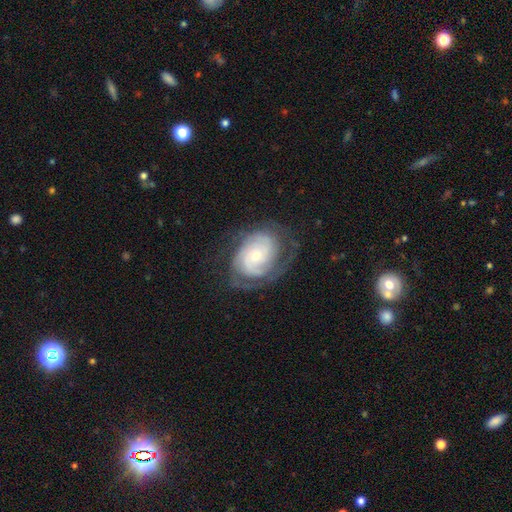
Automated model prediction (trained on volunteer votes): Overall: featured or disk (84%). Edge-on disk: no (97%). Bar: no (71%). Spiral arms: yes (96%). Spiral arm count: 2 (34%; can't tell 28%). Spiral winding: tight (62%; medium 30%). Bulge size: small (57%; moderate 37%). Merging: none (65%).